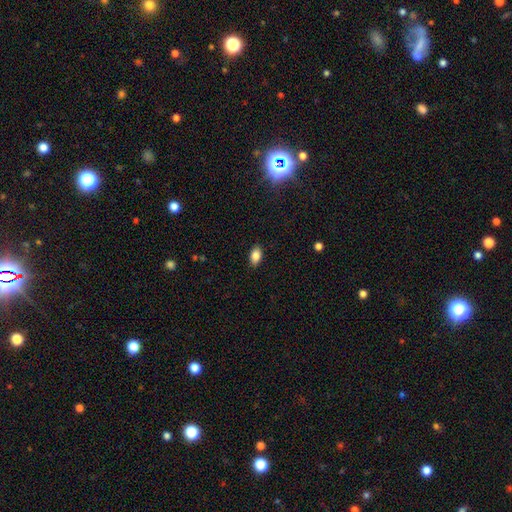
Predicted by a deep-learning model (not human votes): smooth-or-featured: smooth: 83% | featured or disk: 9% | star or artifact: 8%
  how-rounded: in between: 90% | round: 7% | cigar-shaped: 3%
  merging: none: 88% | minor disturbance: 9% | major disturbance: 2% | merger: 1%